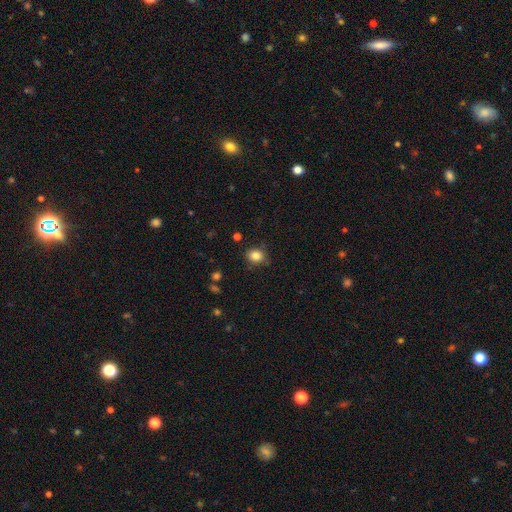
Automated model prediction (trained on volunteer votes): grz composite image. It shows a smooth galaxy with no disk features (84%) that is round (57%). Merging: none (80%).